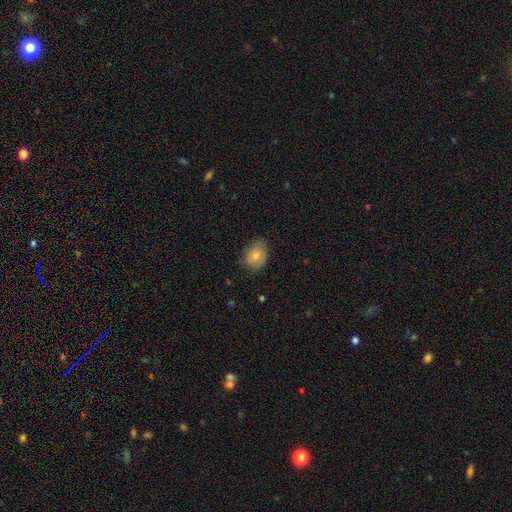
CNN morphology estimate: A smooth galaxy with no disk features (76%) that is in between round and cigar-shaped (62%).

Vote fractions:
- Smooth or featured? smooth: 76% / featured or disk: 17% / star or artifact: 7%
- How rounded? in between: 62% / round: 37% / cigar-shaped: 1%
- Merging? none: 71% / minor disturbance: 23% / major disturbance: 5% / merger: 1%